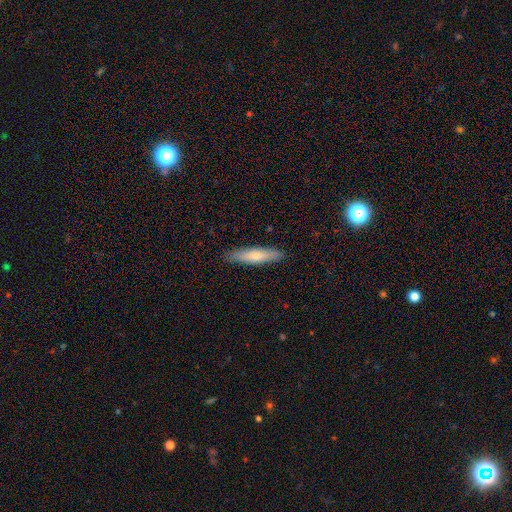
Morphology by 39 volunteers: Volunteers were most divided on "smooth or featured": smooth: 56%, featured or disk: 38%, star or artifact: 5%. More confident: merging — none (95%); how rounded — cigar-shaped (68%).